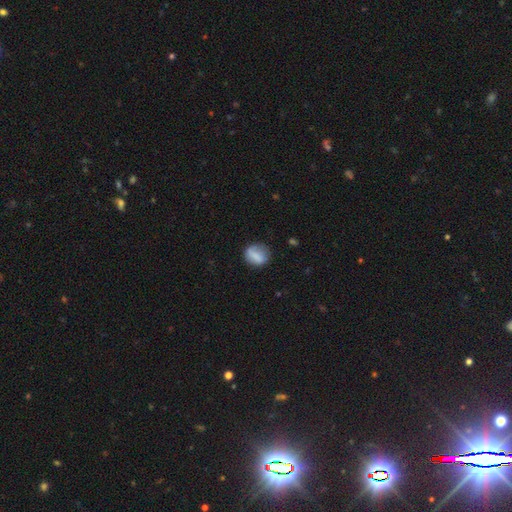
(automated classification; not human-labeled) A smooth galaxy with no disk features (74%) that is round (59%). Merging: none (66%).